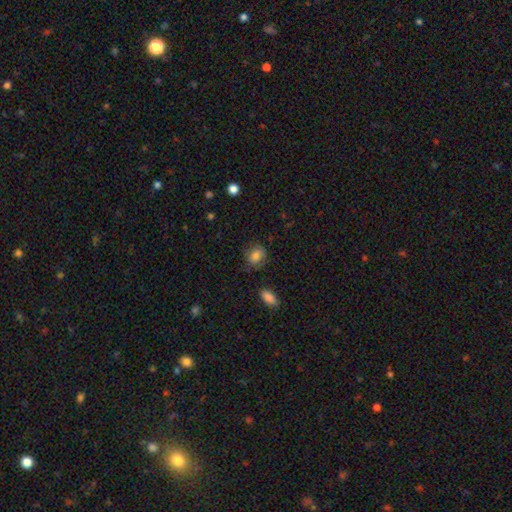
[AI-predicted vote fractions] Overall: smooth (78%). How rounded: round (61%; in between 38%). Merging: none (68%).